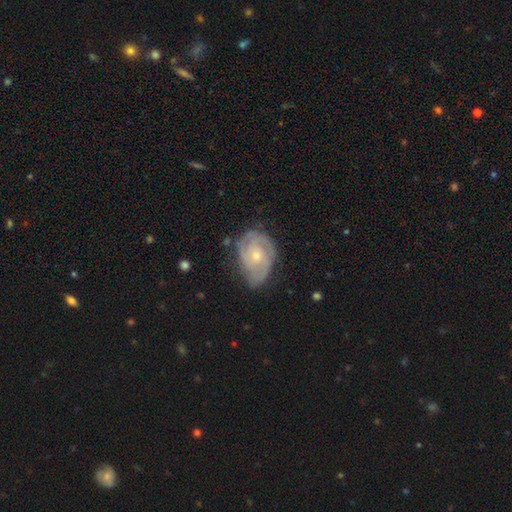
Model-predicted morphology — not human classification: This is likely a featured or disk galaxy (75%). It is clearly not viewed edge-on (97%). Bar: likely no (75%). Spiral arm pattern: clearly yes (89%). Spiral arm count: marginally 2 (31%). Spiral winding: possibly tight (58%). Central bulge: possibly small (59%). Merging: possibly none (57%).